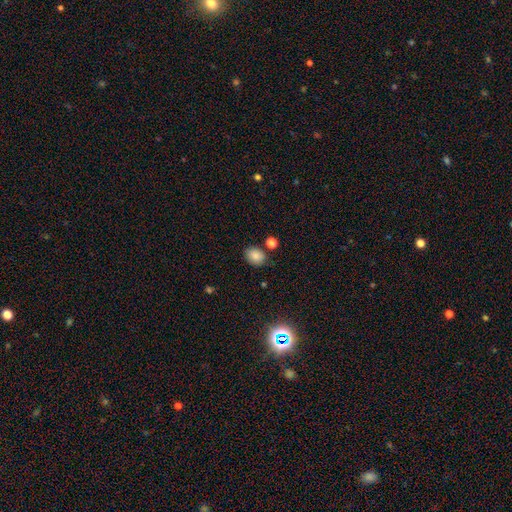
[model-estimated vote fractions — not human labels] Overall: smooth (84%). How rounded: round (50%; in between 49%). Merging: none (78%).